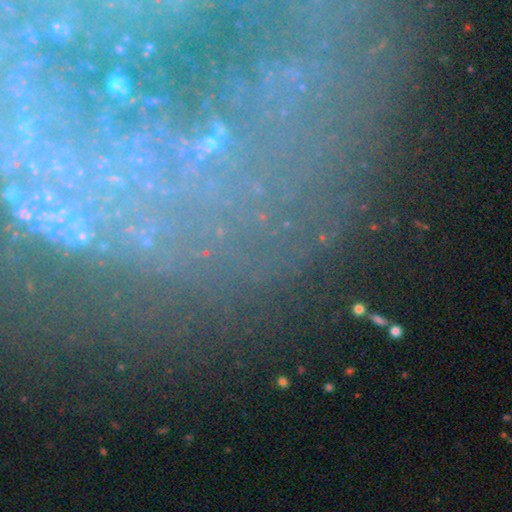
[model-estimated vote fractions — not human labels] This is possibly a star or artifact rather than a galaxy (50%).